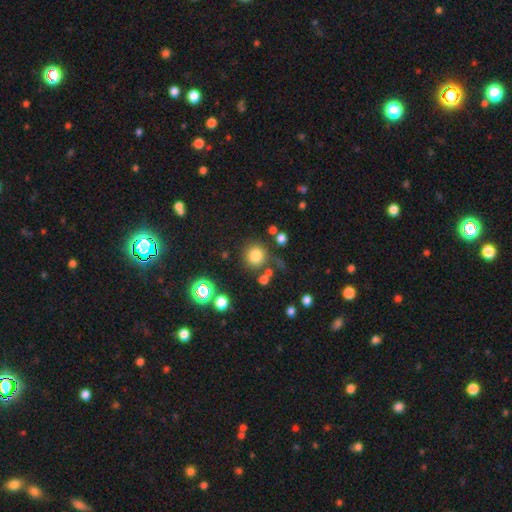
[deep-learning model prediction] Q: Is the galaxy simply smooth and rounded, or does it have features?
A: smooth — 77%.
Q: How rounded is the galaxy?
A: round — 92%.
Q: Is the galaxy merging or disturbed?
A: none — 76%.